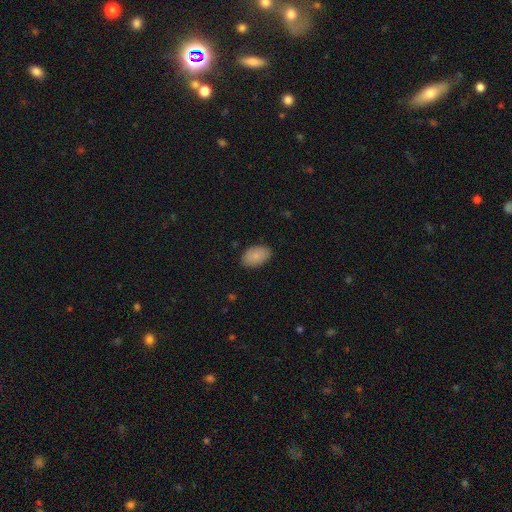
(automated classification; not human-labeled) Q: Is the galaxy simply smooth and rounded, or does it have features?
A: smooth — 84%.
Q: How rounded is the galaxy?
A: in between — 92%.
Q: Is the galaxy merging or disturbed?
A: none — 85%.